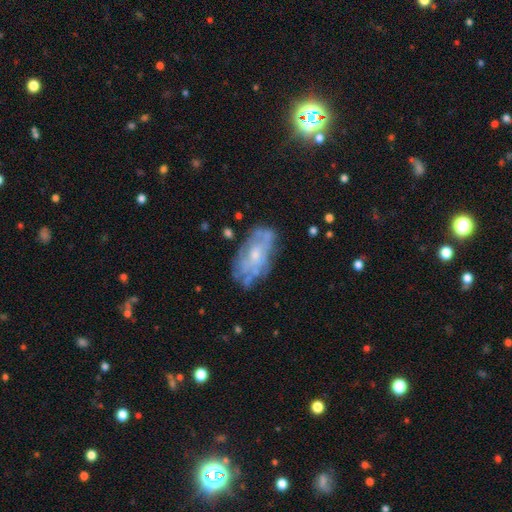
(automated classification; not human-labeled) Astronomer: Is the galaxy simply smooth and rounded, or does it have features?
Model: featured or disk — 65%.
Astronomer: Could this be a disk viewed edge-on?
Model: no — 93%.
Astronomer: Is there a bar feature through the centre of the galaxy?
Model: no — 82%.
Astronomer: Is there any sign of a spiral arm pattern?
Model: no — 54% (runner-up: yes, 46%).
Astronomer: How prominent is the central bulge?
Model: small — 58% (runner-up: moderate, 34%).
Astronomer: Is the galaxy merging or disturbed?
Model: none — 65%.